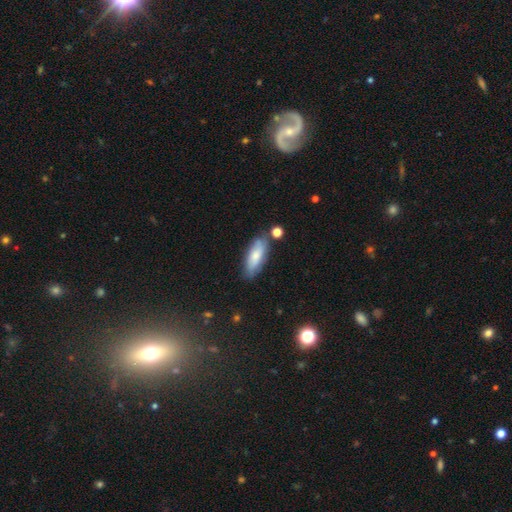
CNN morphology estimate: smooth-or-featured: smooth: 72% | featured or disk: 22% | star or artifact: 7%
  how-rounded: in between: 69% | cigar-shaped: 29% | round: 2%
  merging: none: 70% | minor disturbance: 19% | merger: 7% | major disturbance: 4%